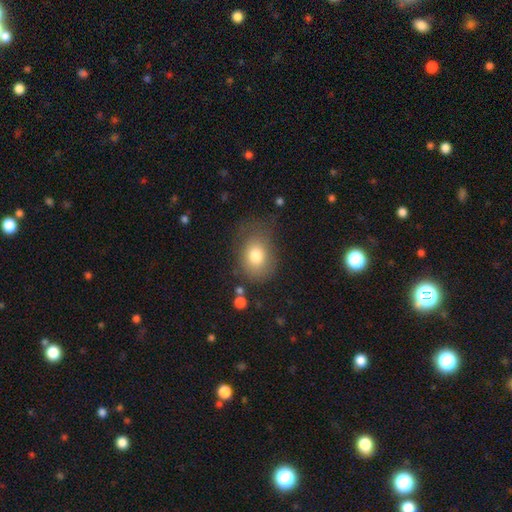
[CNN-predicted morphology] smooth-or-featured: smooth: 77% | featured or disk: 14% | star or artifact: 9%
  how-rounded: in between: 64% | round: 35% | cigar-shaped: 1%
  merging: none: 61% | minor disturbance: 24% | major disturbance: 13% | merger: 3%